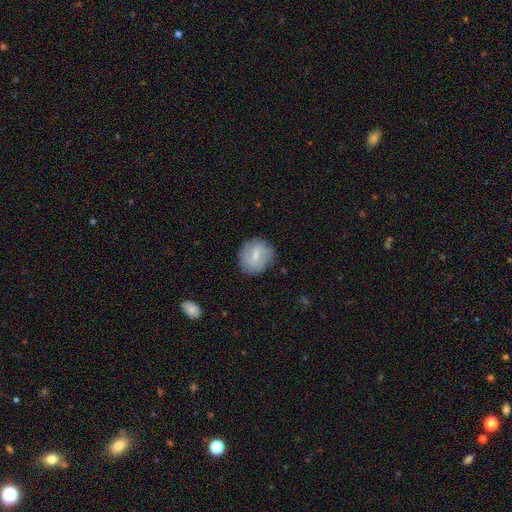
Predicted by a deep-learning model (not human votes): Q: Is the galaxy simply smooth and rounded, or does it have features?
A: smooth — 53%.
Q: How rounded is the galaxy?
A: round — 68%.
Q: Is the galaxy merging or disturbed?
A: none — 77%.